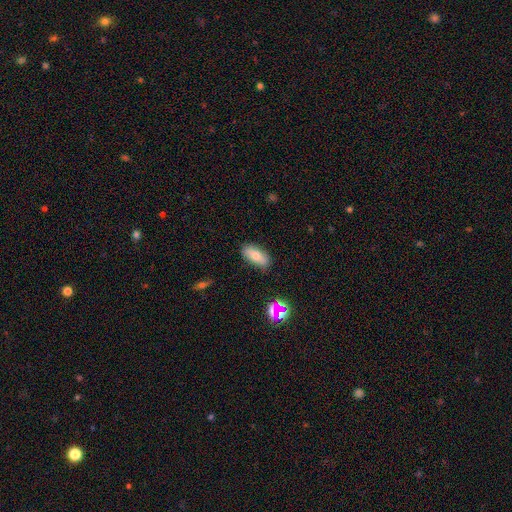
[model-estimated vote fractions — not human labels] Overall: smooth (71%). How rounded: in between (80%). Merging: none (82%).